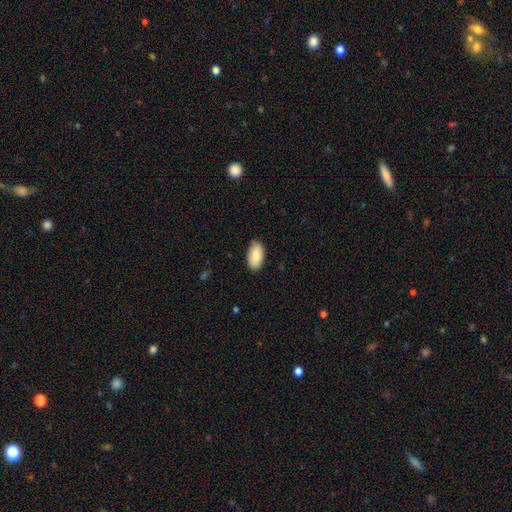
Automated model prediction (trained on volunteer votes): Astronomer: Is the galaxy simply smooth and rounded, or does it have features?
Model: smooth — 84%.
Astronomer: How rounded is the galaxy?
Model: in between — 95%.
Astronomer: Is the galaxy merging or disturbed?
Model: none — 85%.